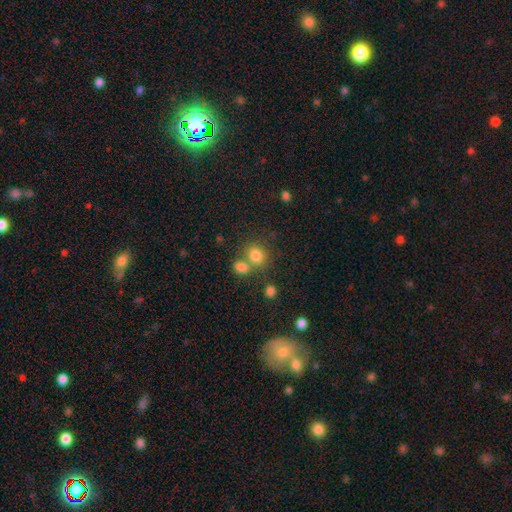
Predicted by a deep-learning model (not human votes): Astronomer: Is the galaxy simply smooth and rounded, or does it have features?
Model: smooth — 80%.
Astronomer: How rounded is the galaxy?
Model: round — 72%.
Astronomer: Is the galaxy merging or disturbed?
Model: none — 53% (runner-up: merger, 34%).